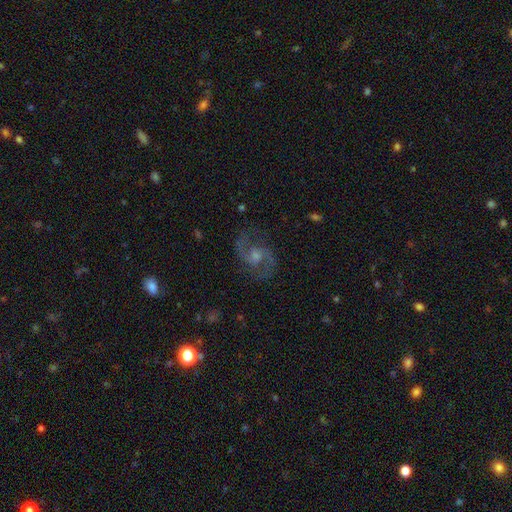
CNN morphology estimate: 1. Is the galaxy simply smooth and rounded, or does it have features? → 87% featured or disk, 7% star or artifact, 6% smooth.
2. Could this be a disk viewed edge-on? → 98% no, 2% yes.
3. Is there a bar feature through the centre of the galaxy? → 46% weak (tied), 46% no (tied), 8% strong.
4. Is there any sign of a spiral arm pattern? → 97% yes, 3% no.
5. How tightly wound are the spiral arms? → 57% medium, 32% loose, 11% tight.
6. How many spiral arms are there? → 92% 2, 3% can't tell, 2% 3, 1% 1, 1% 4, 1% more than 4.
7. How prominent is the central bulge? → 46% moderate, 33% small, 12% none, 8% large, 1% dominant.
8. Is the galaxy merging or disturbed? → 77% none, 14% minor disturbance, 8% major disturbance, 1% merger.